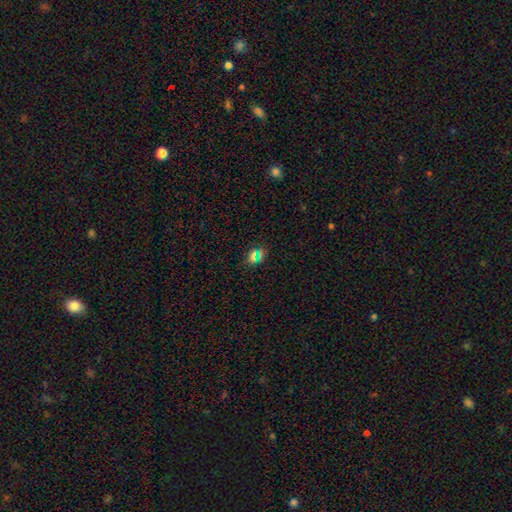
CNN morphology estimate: Q: Smooth or featured?
A: smooth (50%); runner-up: star or artifact (41%)
Q: How rounded?
A: round (48%); runner-up: in between (45%)
Q: Merging?
A: none (81%); runner-up: minor disturbance (10%)